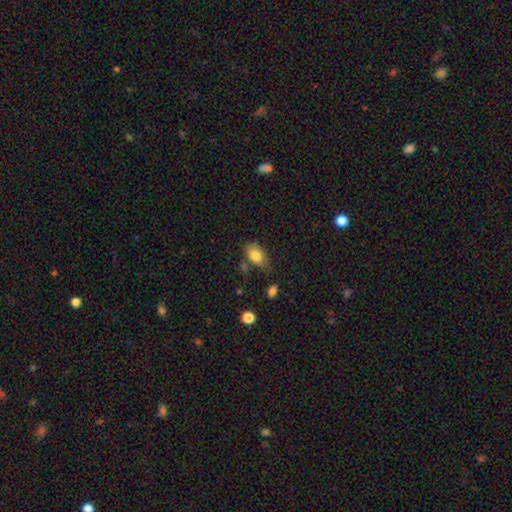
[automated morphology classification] smooth_or_featured: smooth (p=0.81) [alt: featured or disk p=0.11]
how_rounded: in between (p=0.88) [alt: round p=0.09]
merging: none (p=0.59) [alt: minor disturbance p=0.27]